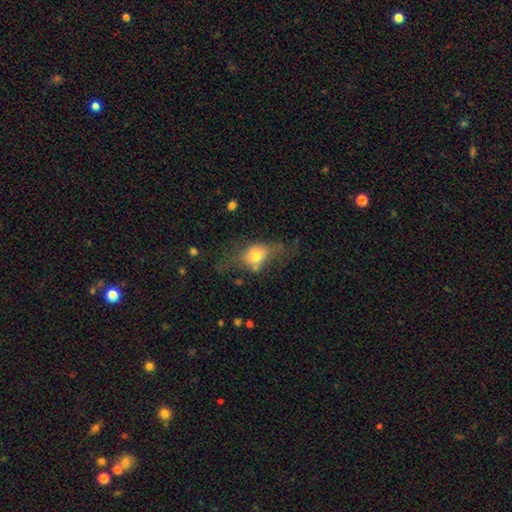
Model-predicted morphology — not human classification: type=smooth (60%); roundness=in between (55%); merging=none (37%).